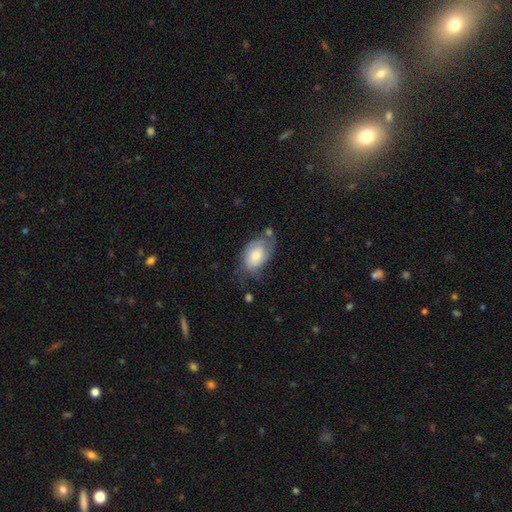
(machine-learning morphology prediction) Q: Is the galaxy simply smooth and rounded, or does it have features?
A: smooth — 64%.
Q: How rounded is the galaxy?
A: in between — 90%.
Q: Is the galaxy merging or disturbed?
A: none — 37%.